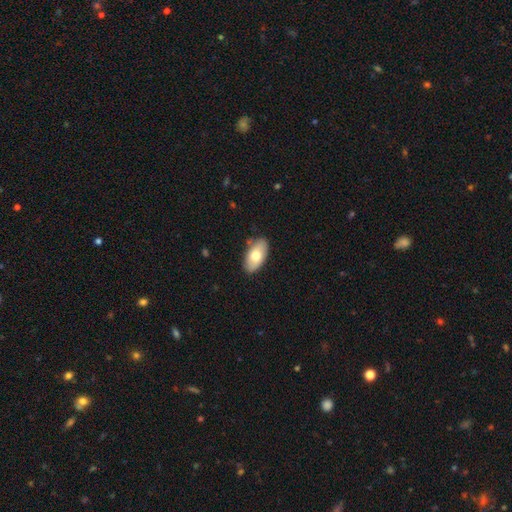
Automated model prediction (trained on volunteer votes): Overall: smooth (70%). How rounded: in between (94%). Merging: none (84%).